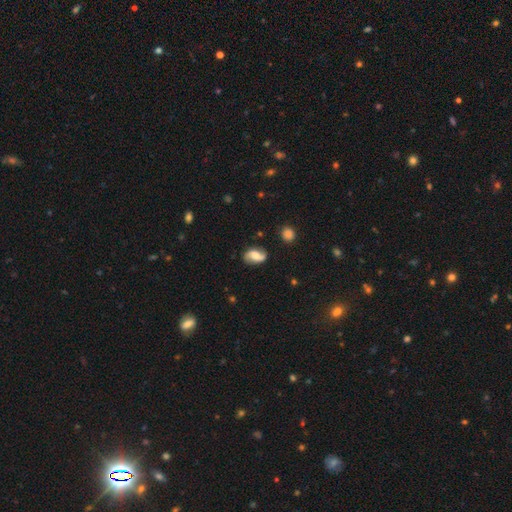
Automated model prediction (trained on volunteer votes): This appears to be a featured or disk galaxy (54%) with no bar (49%), spiral arms (90%) and a moderate central bulge (42%). Merging: none (75%).